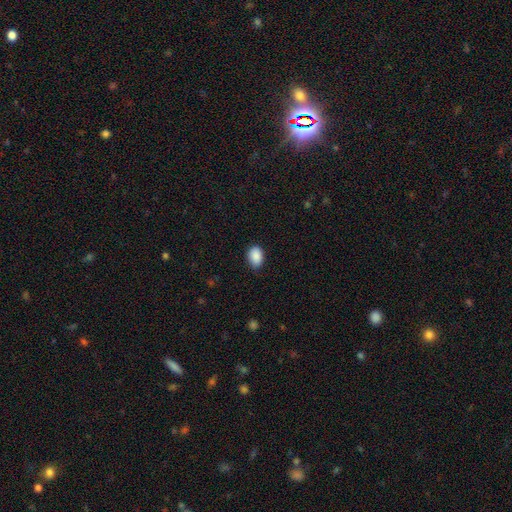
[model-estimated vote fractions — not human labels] smooth 90%, star or artifact 7%, featured or disk 3%. Down the decision tree: how rounded — in between (81%); merging — none (80%).